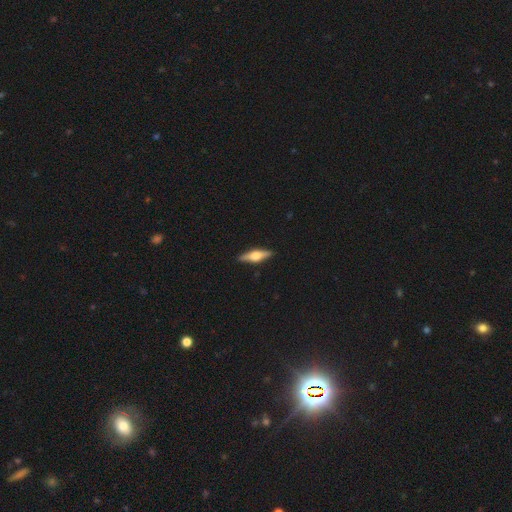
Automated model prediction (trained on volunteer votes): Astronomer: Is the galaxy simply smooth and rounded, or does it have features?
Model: featured or disk — 65%.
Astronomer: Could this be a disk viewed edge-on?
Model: yes — 96%.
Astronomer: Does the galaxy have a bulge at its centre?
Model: rounded — 92%.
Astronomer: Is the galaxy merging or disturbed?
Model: none — 91%.